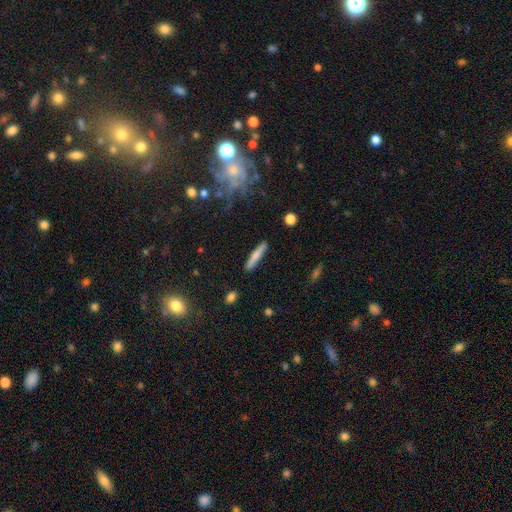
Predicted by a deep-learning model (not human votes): Overall: smooth (70%). How rounded: cigar-shaped (92%). Merging: none (87%).